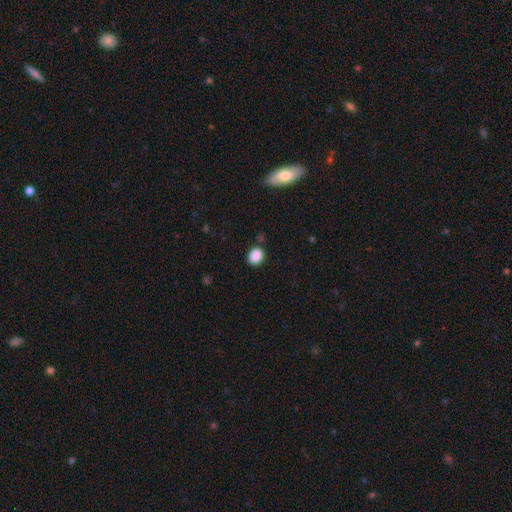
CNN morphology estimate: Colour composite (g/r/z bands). It shows a smooth galaxy with no disk features (88%) that is round (57%). Merging: none (83%).